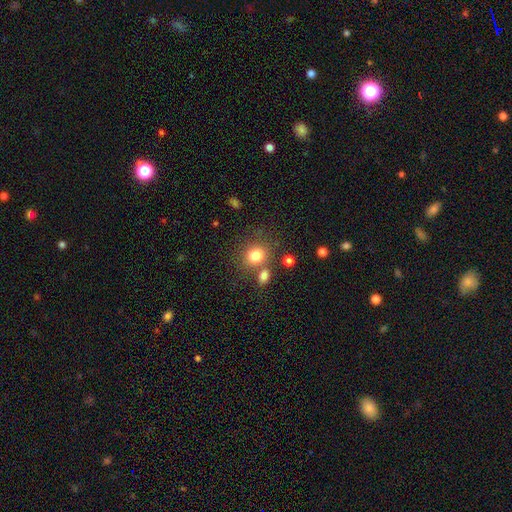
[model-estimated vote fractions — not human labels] Smooth or featured?
  - smooth: 80% *
  - star or artifact: 12%
  - featured or disk: 8%
How rounded?
  - round: 73% *
  - in between: 26%
  - cigar-shaped: 1%
Merging?
  - none: 63% *
  - merger: 22%
  - minor disturbance: 11%
  - major disturbance: 5%